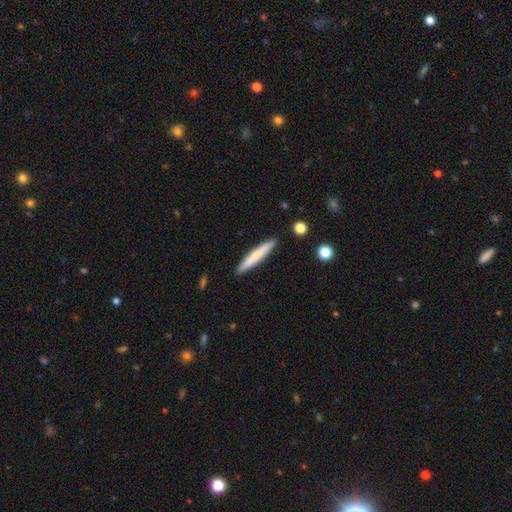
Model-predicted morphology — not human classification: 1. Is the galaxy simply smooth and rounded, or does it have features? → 71% smooth, 23% featured or disk, 6% star or artifact.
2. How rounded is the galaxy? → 95% cigar-shaped, 4% in between, 1% round.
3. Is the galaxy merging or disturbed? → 91% none, 6% minor disturbance, 1% major disturbance, 1% merger.